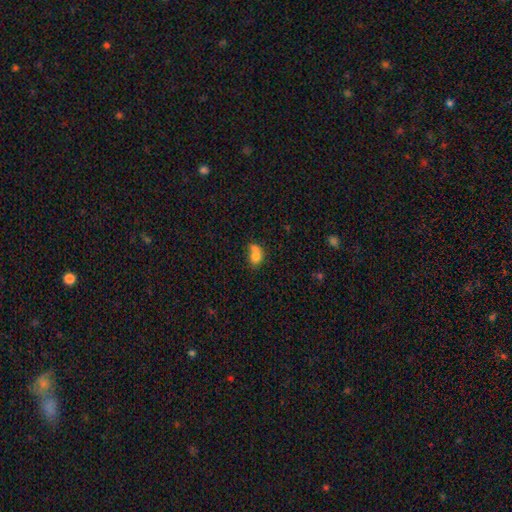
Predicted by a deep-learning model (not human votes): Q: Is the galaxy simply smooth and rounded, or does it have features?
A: smooth — 75%.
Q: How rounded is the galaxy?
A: in between — 55%.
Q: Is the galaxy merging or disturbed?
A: merger — 55%.